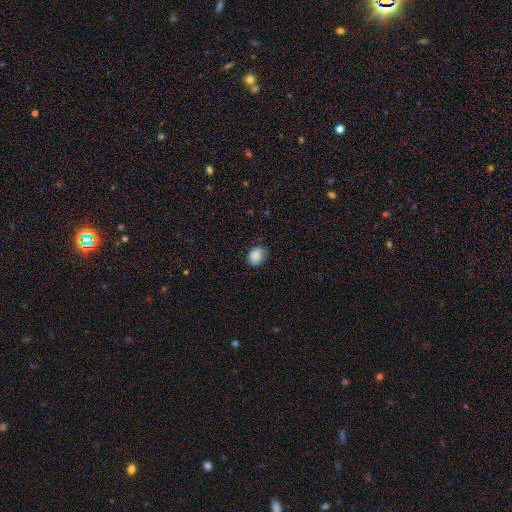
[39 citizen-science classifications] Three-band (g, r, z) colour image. It shows a smooth galaxy with no disk features (92%) that is round (50%, tied with in between). Merging: none (59%).